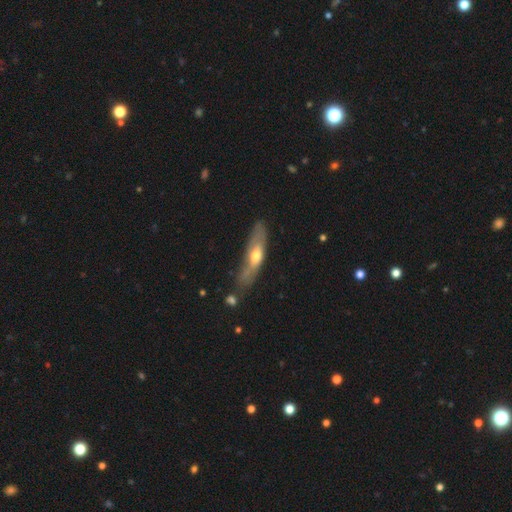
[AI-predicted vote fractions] Morphology: type=featured or disk (52%); edge-on=yes (60%); merging=none (66%).